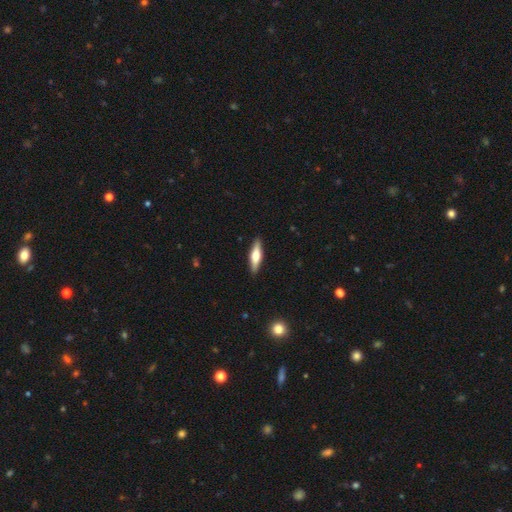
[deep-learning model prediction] A smooth galaxy with no disk features (52%) that is cigar-shaped (65%).

Vote fractions:
- Smooth or featured? smooth: 52% / featured or disk: 42% / star or artifact: 6%
- How rounded? cigar-shaped: 65% / in between: 33% / round: 2%
- Merging? none: 90% / minor disturbance: 8% / major disturbance: 2% / merger: 1%